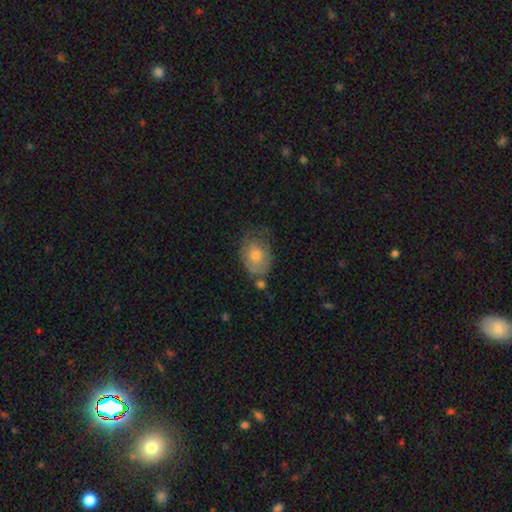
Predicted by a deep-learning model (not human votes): This is likely a smooth galaxy (62%). How rounded: likely in between (66%). Merging: possibly none (49%).